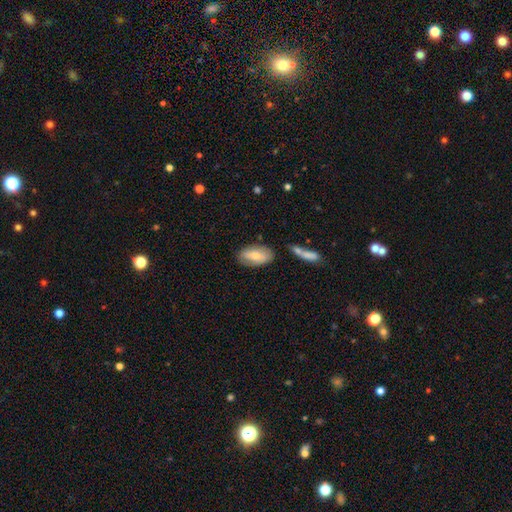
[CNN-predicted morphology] Smooth or featured? Predicted: smooth (p=0.66). How rounded? Predicted: in between (p=0.92). Merging? Predicted: none (p=0.73).